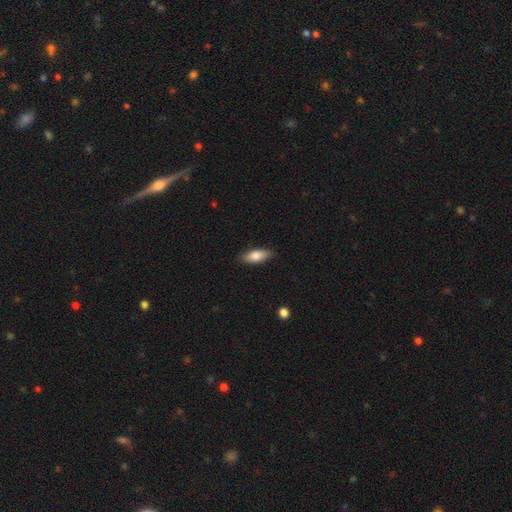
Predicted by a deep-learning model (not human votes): Q: Smooth or featured?
A: smooth (79%); runner-up: featured or disk (14%)
Q: How rounded?
A: in between (79%); runner-up: cigar-shaped (19%)
Q: Merging?
A: none (87%); runner-up: minor disturbance (10%)